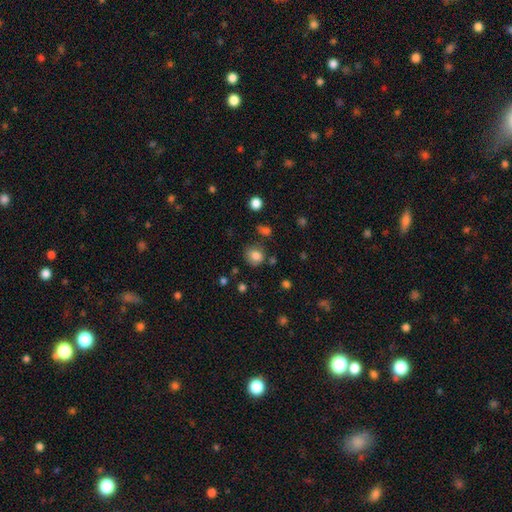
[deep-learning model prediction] This is clearly a smooth galaxy (81%). How rounded: likely round (69%). Merging: likely none (72%).